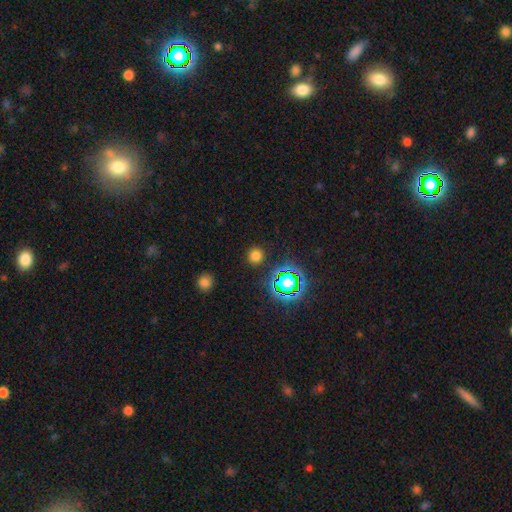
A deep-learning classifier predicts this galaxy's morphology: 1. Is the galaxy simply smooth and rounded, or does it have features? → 70% smooth, 25% star or artifact, 5% featured or disk.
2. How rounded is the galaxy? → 92% round, 7% in between, 1% cigar-shaped.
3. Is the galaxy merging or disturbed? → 89% none, 6% minor disturbance, 3% major disturbance, 2% merger.